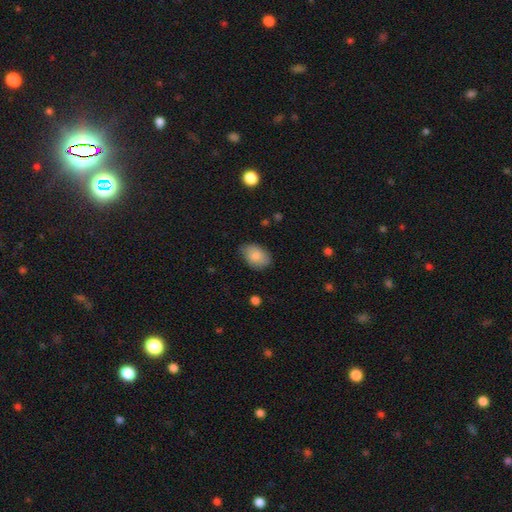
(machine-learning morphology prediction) Smooth or featured? Predicted: smooth (p=0.85). How rounded? Predicted: in between (p=0.84). Merging? Predicted: none (p=0.74).